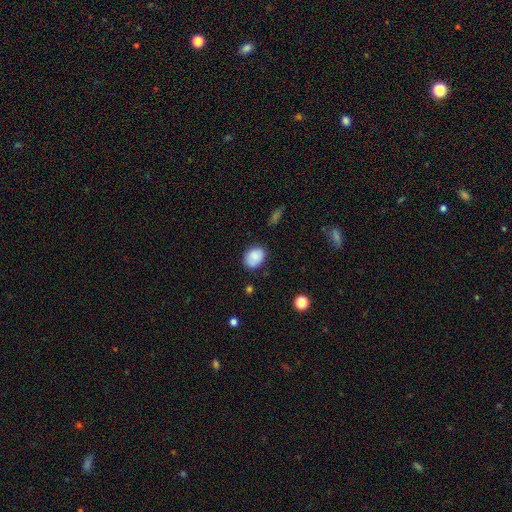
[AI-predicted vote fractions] smooth 85%, star or artifact 8%, featured or disk 7%. Down the decision tree: how rounded — in between (70%); merging — none (78%).